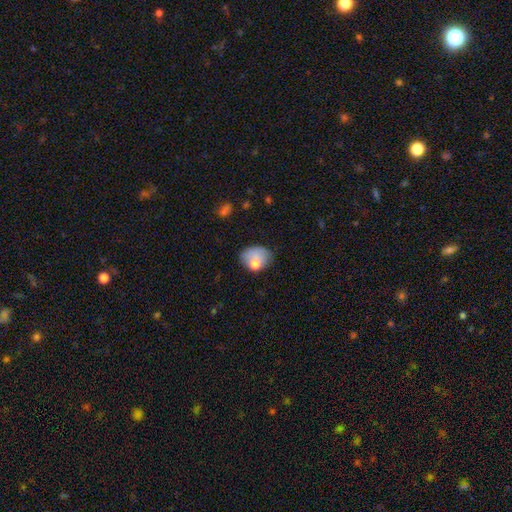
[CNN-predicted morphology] Smooth or featured? smooth (72%)
How rounded? in between (63%)
Merging? none (39%)